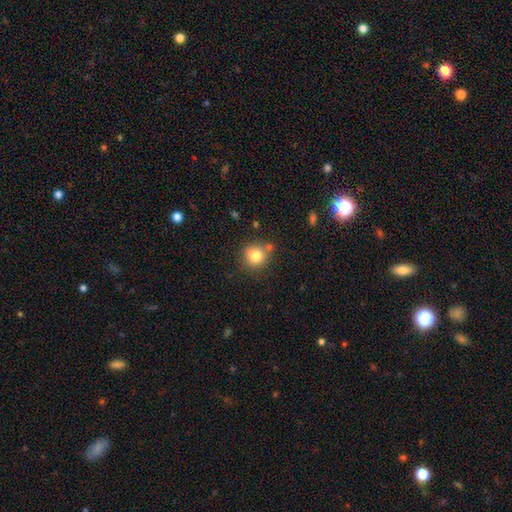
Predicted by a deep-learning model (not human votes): Smooth or featured? Predicted: smooth (p=0.81). How rounded? Predicted: round (p=0.87). Merging? Predicted: none (p=0.72).